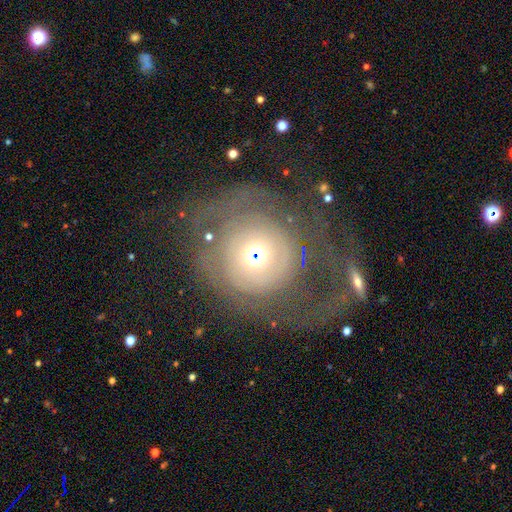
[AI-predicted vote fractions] This is possibly a featured or disk galaxy (55%). It is clearly not viewed edge-on (96%). Bar: clearly no (87%). Spiral arm pattern: possibly yes (55%). Central bulge: possibly moderate (46%). Merging: marginally none (41%).